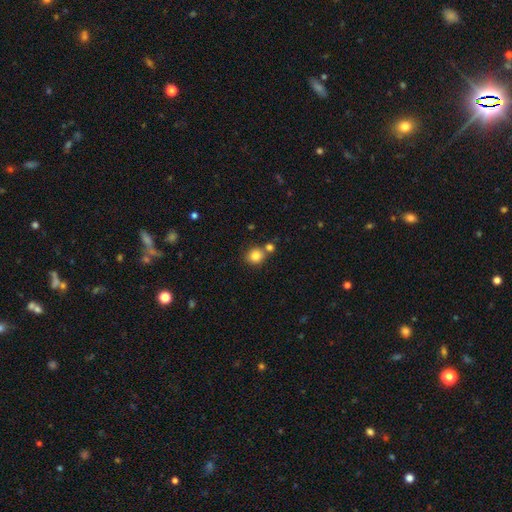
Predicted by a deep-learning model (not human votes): Morphology: type=smooth (84%); roundness=round (86%); merging=none (65%).